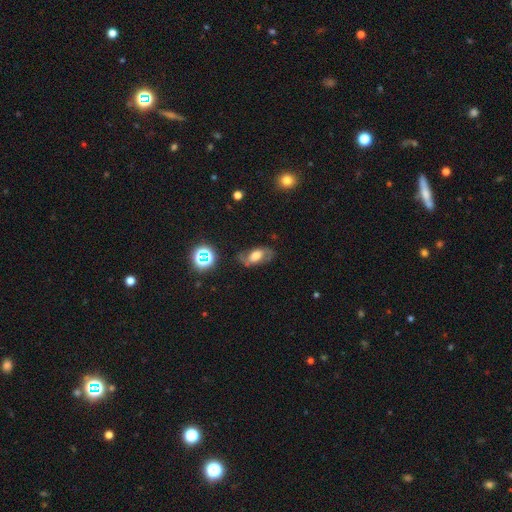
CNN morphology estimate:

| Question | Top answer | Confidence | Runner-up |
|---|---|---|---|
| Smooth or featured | featured or disk | 58% | smooth (31%) |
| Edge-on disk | no | 91% | yes (9%) |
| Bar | no | 49% | weak (35%) |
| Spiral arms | yes | 76% | no (24%) |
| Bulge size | large | 41% | moderate (38%) |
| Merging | none | 69% | minor disturbance (19%) |